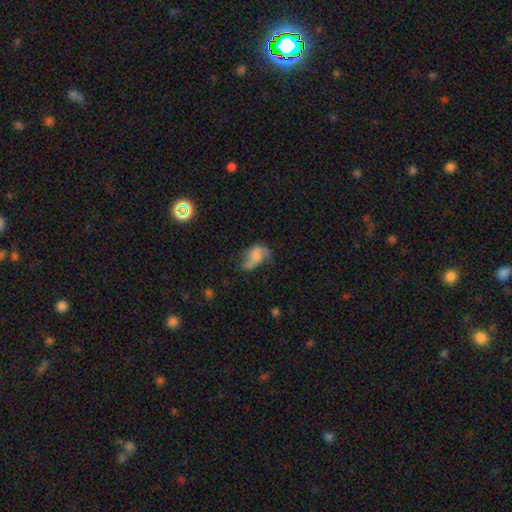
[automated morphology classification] Q: Smooth or featured?
A: smooth (45%); runner-up: featured or disk (43%)
Q: Merging?
A: major disturbance (35%); runner-up: none (31%)